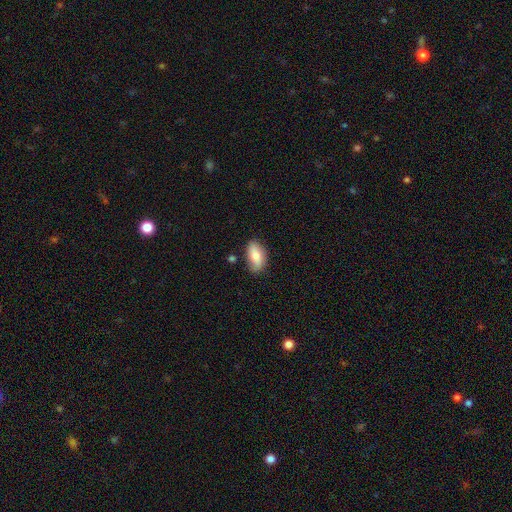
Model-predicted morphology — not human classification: This appears to be a smooth galaxy with no disk features (76%) that is in between round and cigar-shaped (91%). Merging: none (75%).